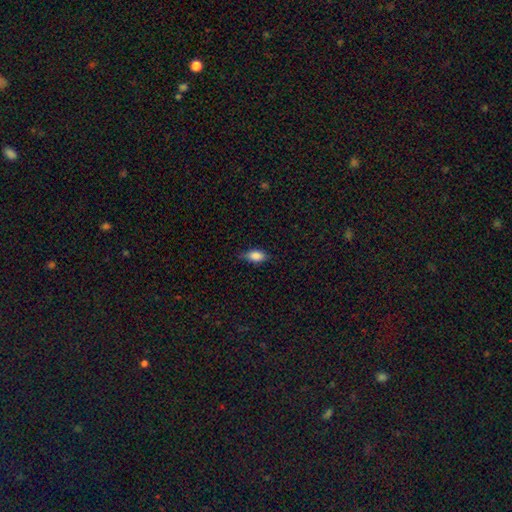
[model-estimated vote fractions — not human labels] Overall: smooth (83%). How rounded: in between (86%). Merging: none (69%).